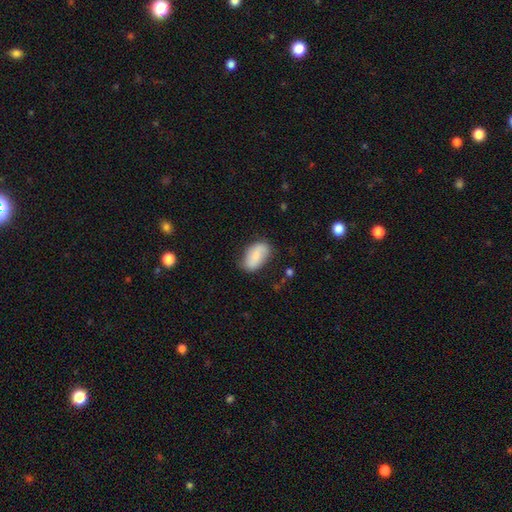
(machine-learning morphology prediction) Q: Smooth or featured?
A: smooth (77%); runner-up: featured or disk (16%)
Q: How rounded?
A: in between (93%); runner-up: round (5%)
Q: Merging?
A: none (72%); runner-up: minor disturbance (22%)